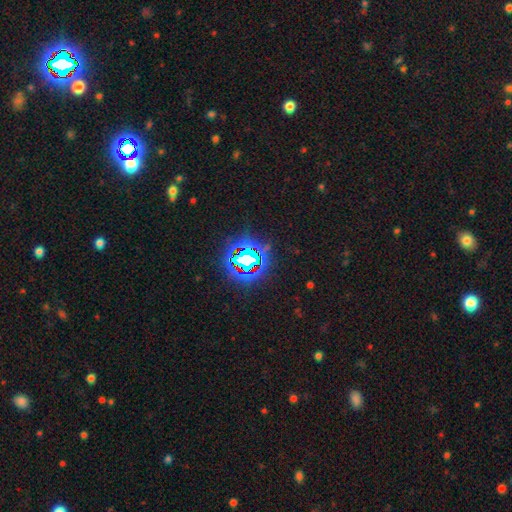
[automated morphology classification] Smooth or featured? star or artifact (81%)